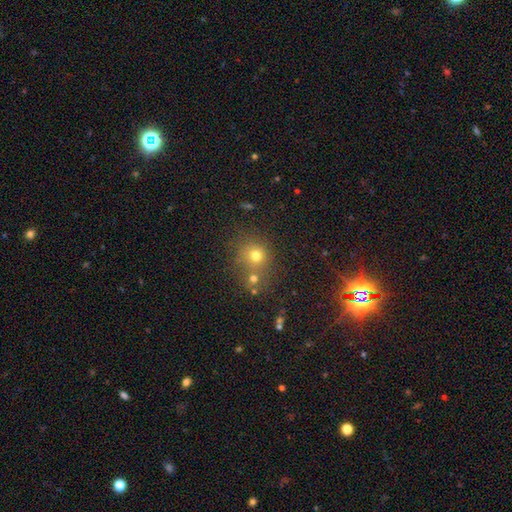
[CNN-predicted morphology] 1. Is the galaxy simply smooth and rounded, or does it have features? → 69% smooth, 20% star or artifact, 11% featured or disk.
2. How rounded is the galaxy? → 83% round, 16% in between, 1% cigar-shaped.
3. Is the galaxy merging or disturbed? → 59% none, 26% merger, 10% minor disturbance, 5% major disturbance.